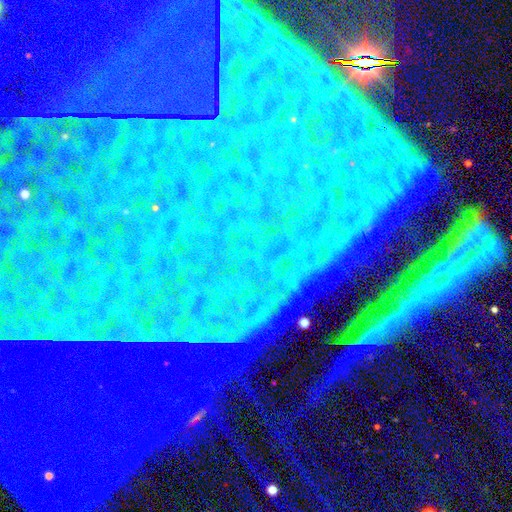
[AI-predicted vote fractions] A star or artifact, not a galaxy (84%).